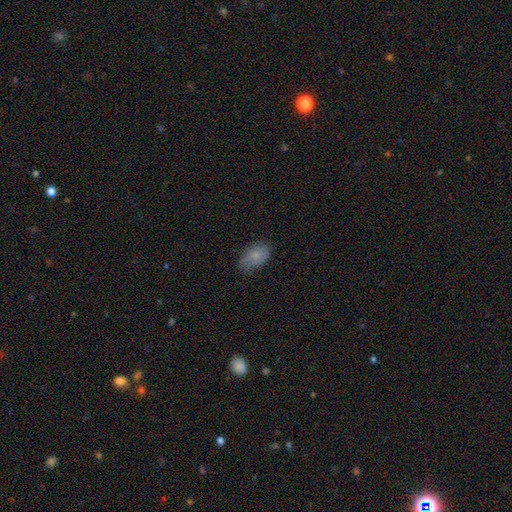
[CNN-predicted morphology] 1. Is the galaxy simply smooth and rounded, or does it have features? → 77% smooth, 15% featured or disk, 8% star or artifact.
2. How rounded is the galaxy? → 93% in between, 5% round, 2% cigar-shaped.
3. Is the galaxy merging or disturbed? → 66% none, 26% minor disturbance, 6% major disturbance, 1% merger.